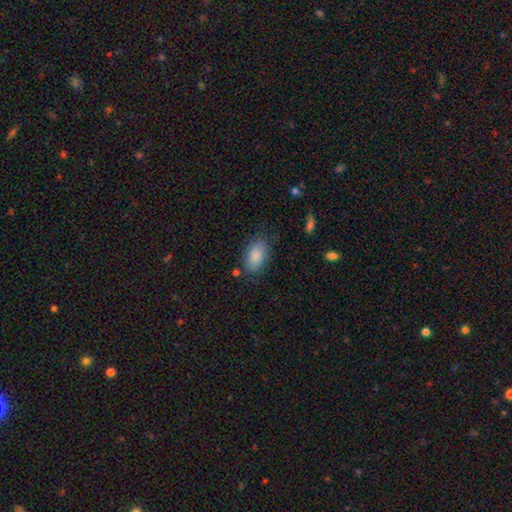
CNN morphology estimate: Smooth or featured? Predicted: smooth (p=0.86). How rounded? Predicted: in between (p=0.92). Merging? Predicted: none (p=0.77).